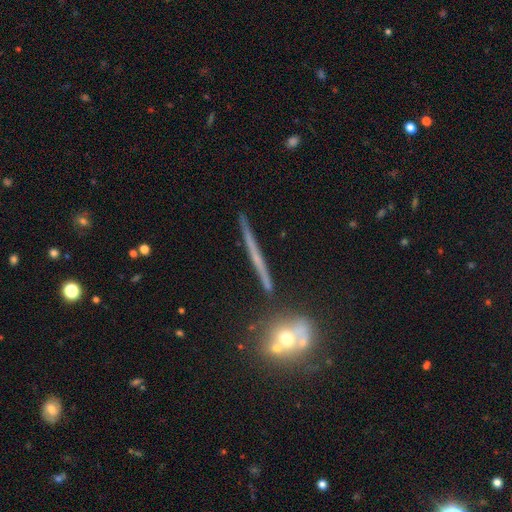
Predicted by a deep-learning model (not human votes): Q: Smooth or featured?
A: featured or disk (63%); runner-up: smooth (27%)
Q: Edge-on disk?
A: yes (96%); runner-up: no (4%)
Q: Edge-on bulge?
A: none (79%); runner-up: rounded (16%)
Q: Merging?
A: none (85%); runner-up: minor disturbance (9%)